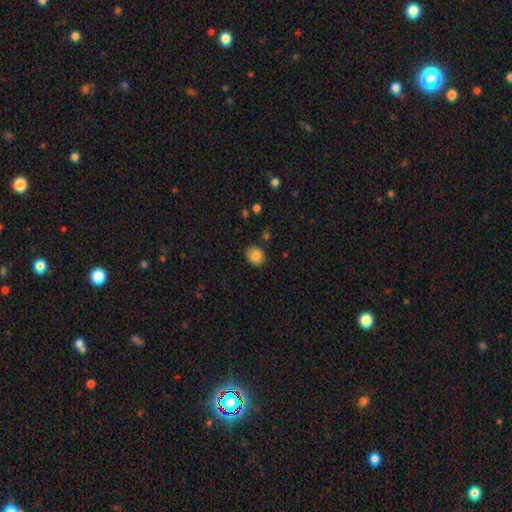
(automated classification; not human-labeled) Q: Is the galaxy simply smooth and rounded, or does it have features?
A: smooth — 84%.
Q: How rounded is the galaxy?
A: round — 65%.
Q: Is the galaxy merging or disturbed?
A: none — 83%.